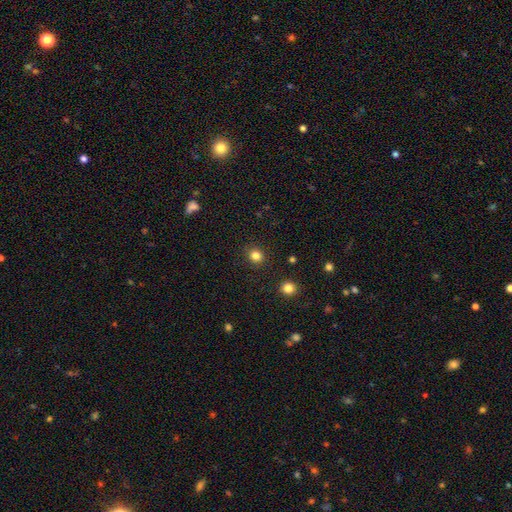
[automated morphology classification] smooth_or_featured: smooth (p=0.83) [alt: star or artifact p=0.13]
how_rounded: round (p=0.82) [alt: in between p=0.17]
merging: none (p=0.90) [alt: minor disturbance p=0.06]